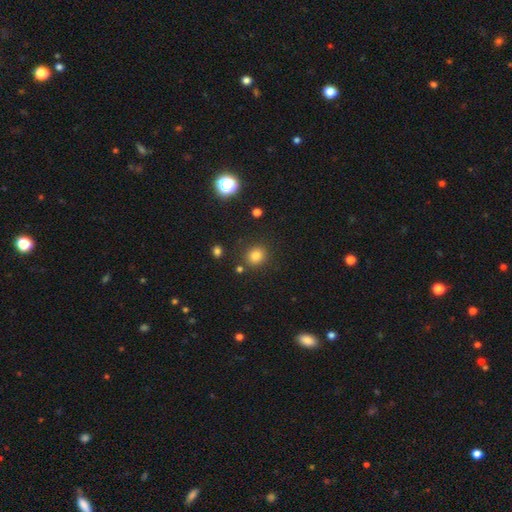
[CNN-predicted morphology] Q: Smooth or featured?
A: smooth (80%); runner-up: star or artifact (14%)
Q: How rounded?
A: round (80%); runner-up: in between (19%)
Q: Merging?
A: none (82%); runner-up: minor disturbance (9%)